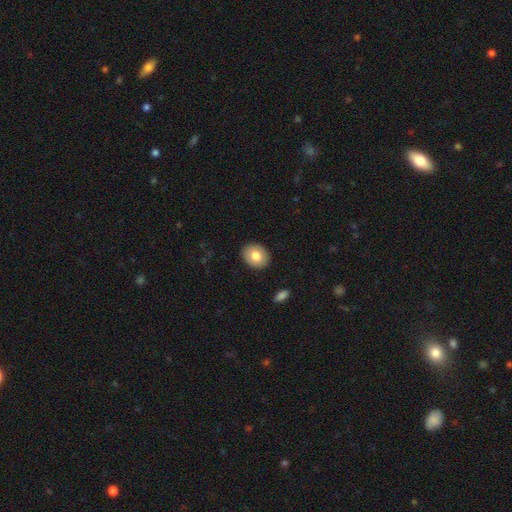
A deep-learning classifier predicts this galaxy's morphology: smooth-or-featured: smooth: 80% | featured or disk: 13% | star or artifact: 7%
  how-rounded: in between: 51% | round: 48% | cigar-shaped: 1%
  merging: none: 90% | minor disturbance: 7% | major disturbance: 2% | merger: 1%